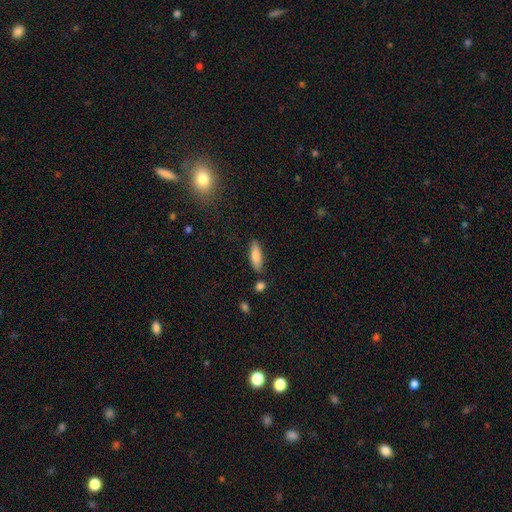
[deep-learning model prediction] Q: Smooth or featured?
A: smooth (80%); runner-up: featured or disk (14%)
Q: How rounded?
A: in between (51%); runner-up: cigar-shaped (47%)
Q: Merging?
A: none (81%); runner-up: minor disturbance (12%)